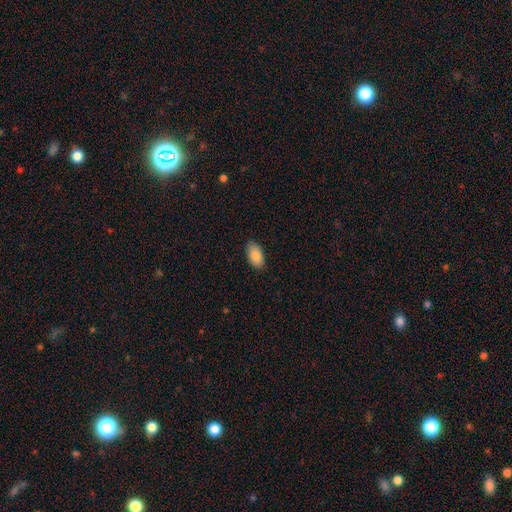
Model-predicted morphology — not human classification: This appears to be a smooth galaxy with no disk features (87%) that is in between round and cigar-shaped (95%). Merging: none (86%).